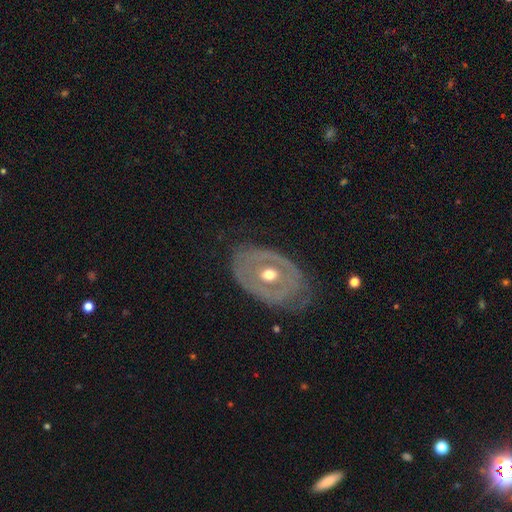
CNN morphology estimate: type=featured or disk (67%); edge-on=no (92%); bar=no (73%); spiral arms=no (73%); bulge=moderate (62%); merging=none (82%).